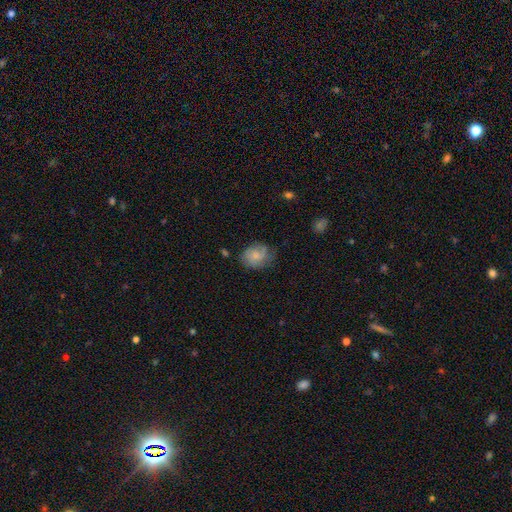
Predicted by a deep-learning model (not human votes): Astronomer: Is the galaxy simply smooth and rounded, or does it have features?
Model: smooth — 66%.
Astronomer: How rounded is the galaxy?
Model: in between — 53% (runner-up: round, 46%).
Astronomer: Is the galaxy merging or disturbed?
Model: none — 61%.